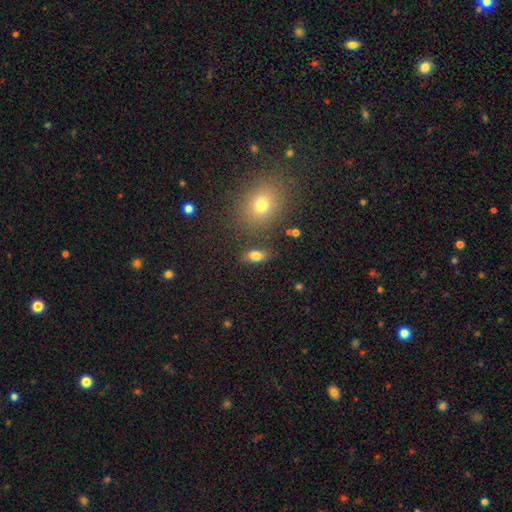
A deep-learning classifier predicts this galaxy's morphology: Q: Smooth or featured?
A: smooth (80%); runner-up: star or artifact (11%)
Q: How rounded?
A: in between (85%); runner-up: round (10%)
Q: Merging?
A: none (80%); runner-up: minor disturbance (12%)